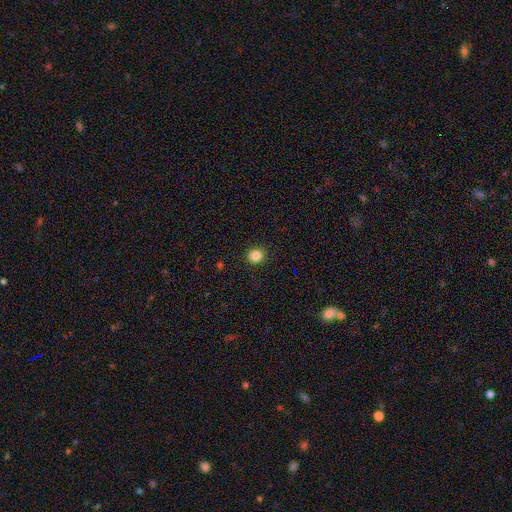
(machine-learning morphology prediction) This is clearly a smooth galaxy (85%). How rounded: clearly round (91%). Merging: clearly none (92%).